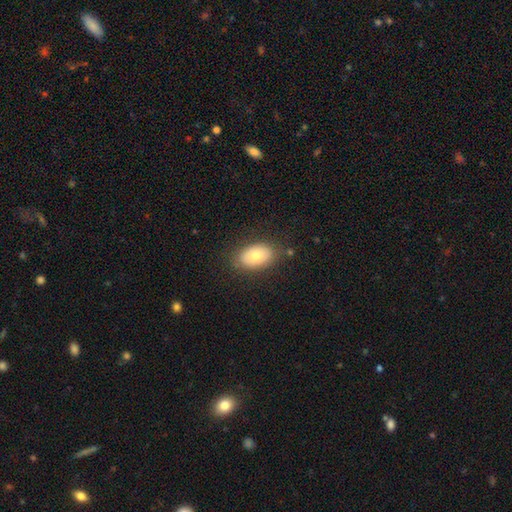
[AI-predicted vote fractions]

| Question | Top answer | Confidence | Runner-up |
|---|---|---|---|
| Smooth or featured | smooth | 74% | featured or disk (18%) |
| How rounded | in between | 90% | round (8%) |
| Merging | none | 81% | minor disturbance (14%) |